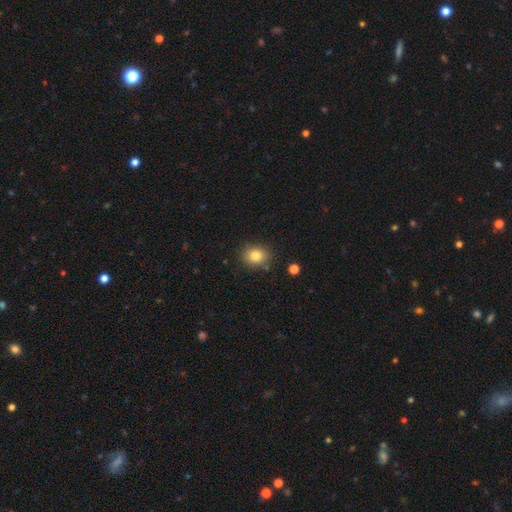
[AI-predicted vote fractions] smooth-or-featured: smooth: 83% | star or artifact: 10% | featured or disk: 7%
  how-rounded: round: 58% | in between: 41% | cigar-shaped: 1%
  merging: none: 85% | minor disturbance: 10% | major disturbance: 3% | merger: 3%